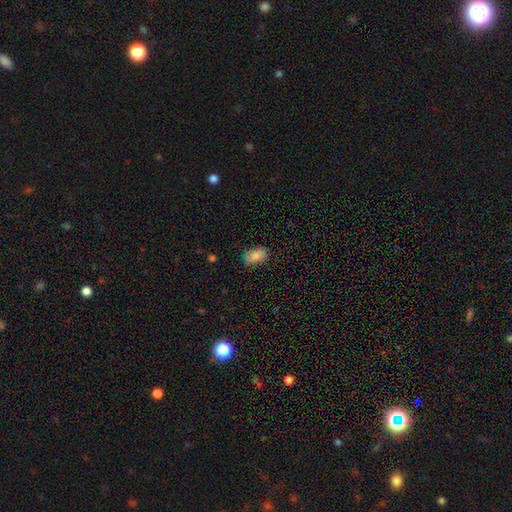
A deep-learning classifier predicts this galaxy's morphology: A smooth galaxy with no disk features (85%) that is in between round and cigar-shaped (91%). Merging: none (76%).